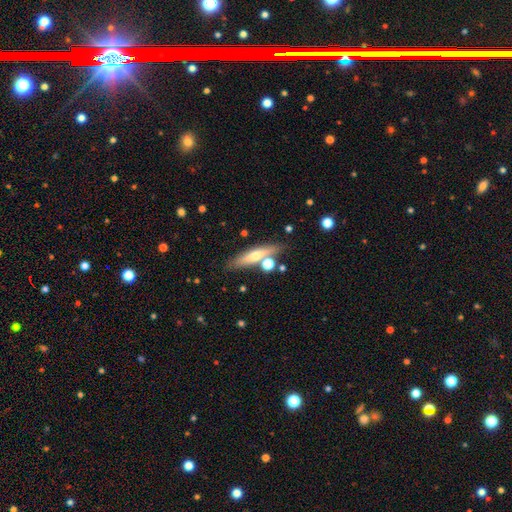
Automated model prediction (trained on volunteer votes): smooth_or_featured: smooth (p=0.51) [alt: featured or disk p=0.41]
how_rounded: cigar-shaped (p=0.76) [alt: in between p=0.20]
merging: none (p=0.71) [alt: minor disturbance p=0.13]